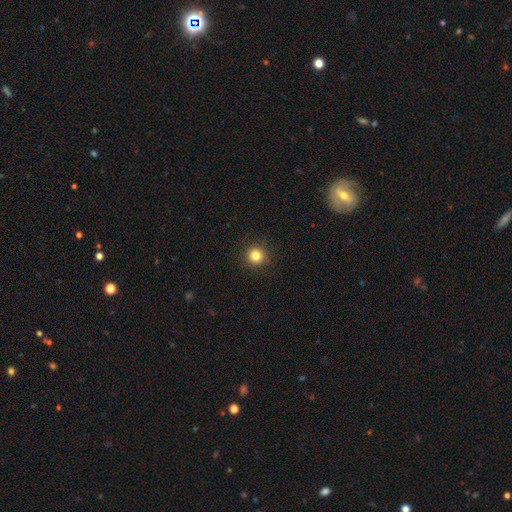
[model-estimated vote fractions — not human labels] Smooth or featured? smooth (83%)
How rounded? round (95%)
Merging? none (91%)